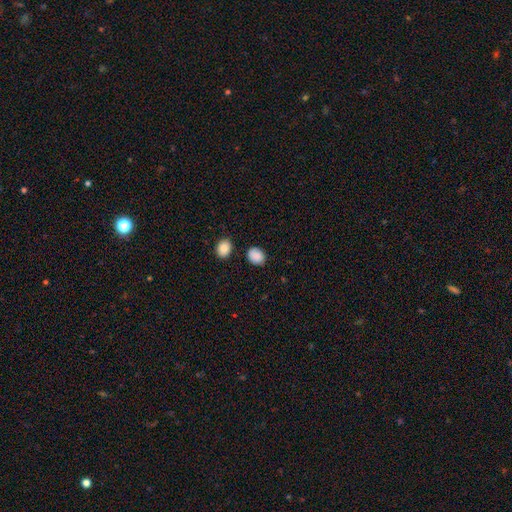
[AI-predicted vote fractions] Smooth or featured?
  - smooth: 88% *
  - star or artifact: 8%
  - featured or disk: 3%
How rounded?
  - in between: 51% *
  - round: 48%
  - cigar-shaped: 1%
Merging?
  - none: 82% *
  - minor disturbance: 11%
  - merger: 4%
  - major disturbance: 3%